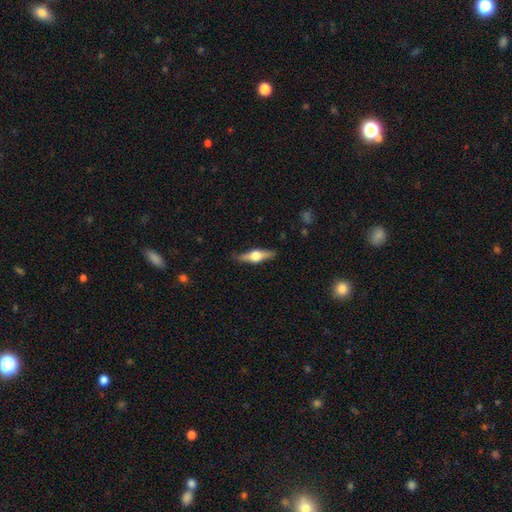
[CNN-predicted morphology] Smooth or featured: featured or disk — 67% (smooth — 27%)
Edge-on disk: yes — 96% (no — 4%)
Edge-on bulge: rounded — 94% (boxy — 4%)
Merging: none — 85% (minor disturbance — 11%)